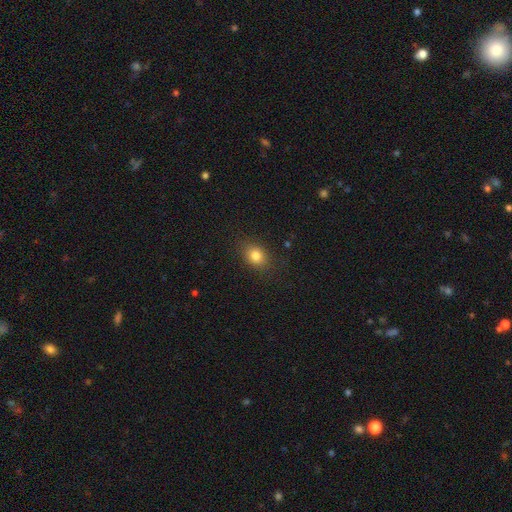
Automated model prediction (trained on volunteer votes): smooth-or-featured: smooth: 82% | star or artifact: 11% | featured or disk: 7%
  how-rounded: in between: 56% | round: 42% | cigar-shaped: 1%
  merging: none: 85% | minor disturbance: 11% | major disturbance: 3% | merger: 1%